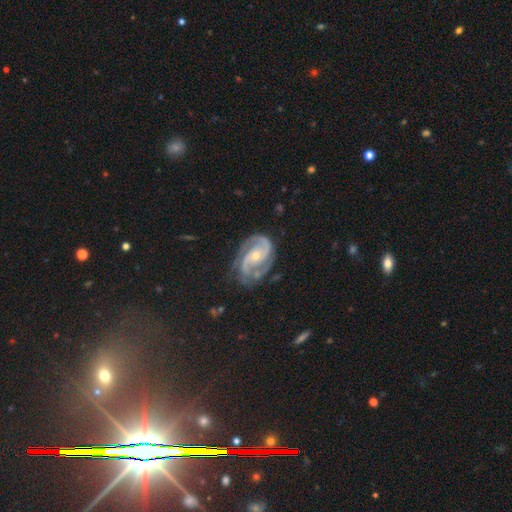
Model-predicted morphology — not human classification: Smooth or featured?
  - featured or disk: 90% *
  - star or artifact: 6%
  - smooth: 4%
Edge-on disk?
  - no: 98% *
  - yes: 2%
Bar?
  - no: 58% *
  - weak: 29%
  - strong: 13%
Spiral arms?
  - yes: 98% *
  - no: 2%
Spiral winding?
  - medium: 49% *
  - tight: 40%
  - loose: 12%
Spiral arm count?
  - 2: 76% *
  - 3: 12%
  - can't tell: 5%
  - 4: 3%
  - 1: 3%
  - more than 4: 3%
Bulge size?
  - small: 60% *
  - moderate: 37%
  - large: 1%
  - none: 1%
  - dominant: 1%
Merging?
  - none: 70% *
  - minor disturbance: 20%
  - major disturbance: 8%
  - merger: 2%